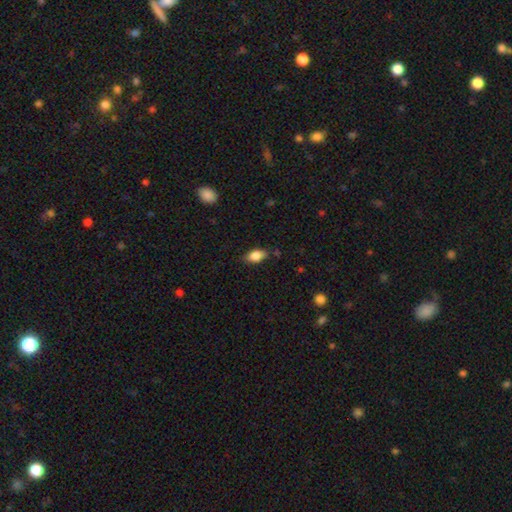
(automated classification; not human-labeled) A smooth galaxy with no disk features (83%) that is in between round and cigar-shaped (87%). Merging: none (77%).